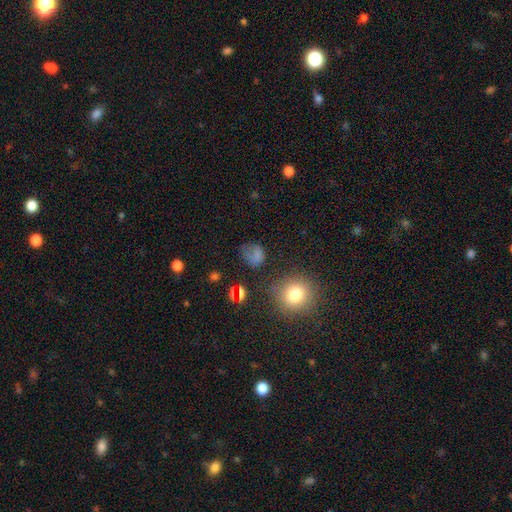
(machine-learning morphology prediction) A smooth galaxy with no disk features (65%) that is round (63%). Merging: none (53%).